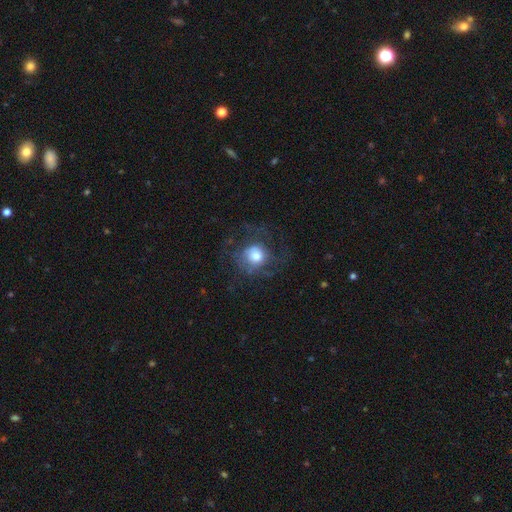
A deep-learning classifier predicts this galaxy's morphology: Smooth or featured? smooth (48%)
Merging? none (54%)